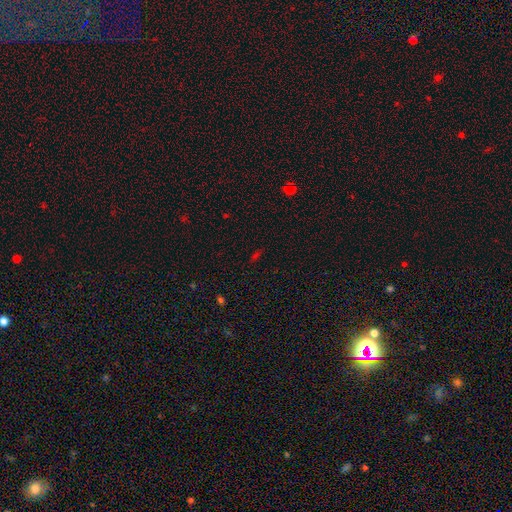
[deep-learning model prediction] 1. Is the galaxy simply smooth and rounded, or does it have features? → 51% star or artifact, 37% smooth, 11% featured or disk.